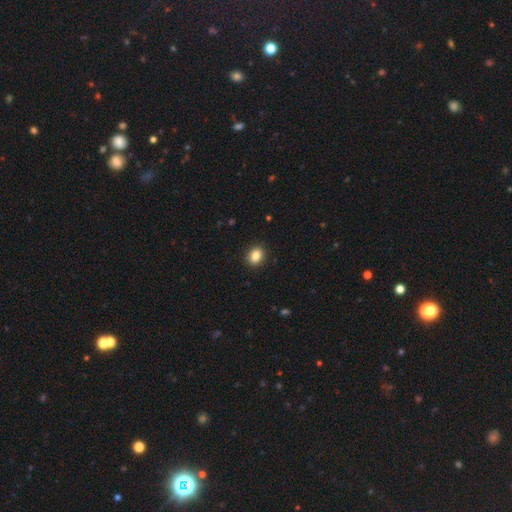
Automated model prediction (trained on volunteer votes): smooth_or_featured: smooth (p=0.86) [alt: star or artifact p=0.09]
how_rounded: in between (p=0.54) [alt: round p=0.45]
merging: none (p=0.91) [alt: minor disturbance p=0.06]